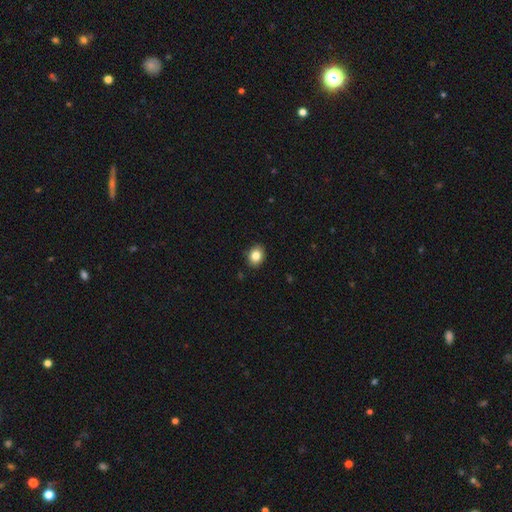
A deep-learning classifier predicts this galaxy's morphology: Overall: smooth (84%). How rounded: in between (59%; round 40%). Merging: none (89%).